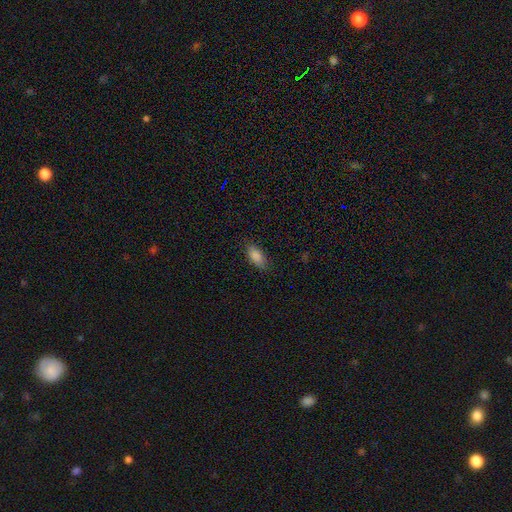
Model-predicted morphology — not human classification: This appears to be a smooth galaxy with no disk features (87%) that is in between round and cigar-shaped (87%). Merging: none (83%).